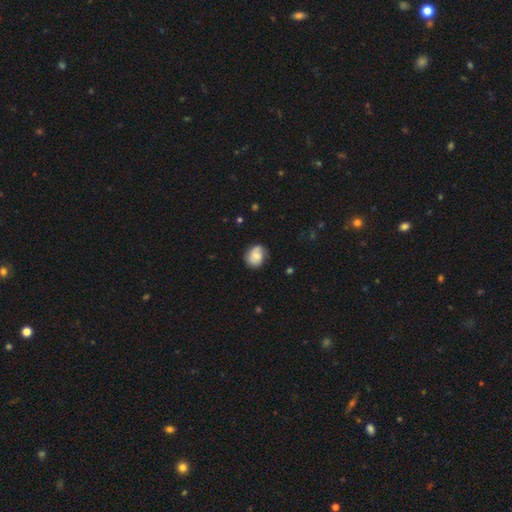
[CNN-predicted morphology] Q: Smooth or featured?
A: smooth (57%); runner-up: featured or disk (35%)
Q: How rounded?
A: round (60%); runner-up: in between (40%)
Q: Merging?
A: none (68%); runner-up: minor disturbance (24%)